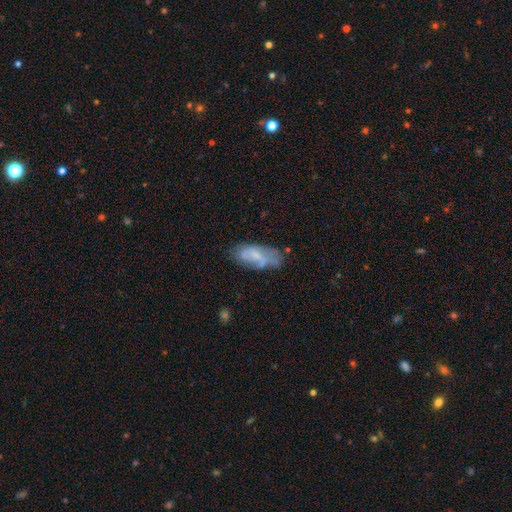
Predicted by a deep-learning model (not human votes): The model was most divided on "smooth or featured": smooth: 53%, featured or disk: 39%, star or artifact: 8%. More confident: how rounded — in between (84%); merging — none (53%).